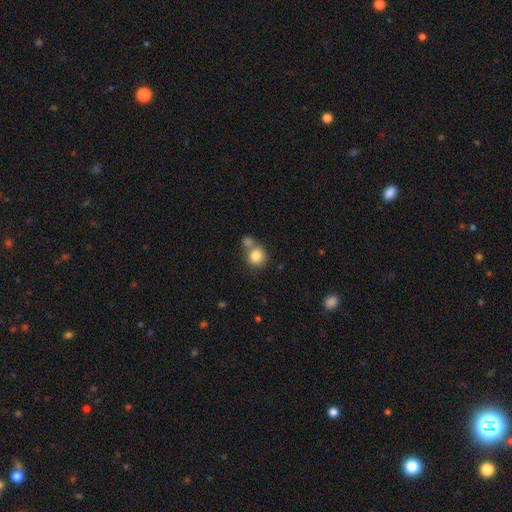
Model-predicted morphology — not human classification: Smooth or featured? Predicted: smooth (p=0.83). How rounded? Predicted: round (p=0.80). Merging? Predicted: none (p=0.48).